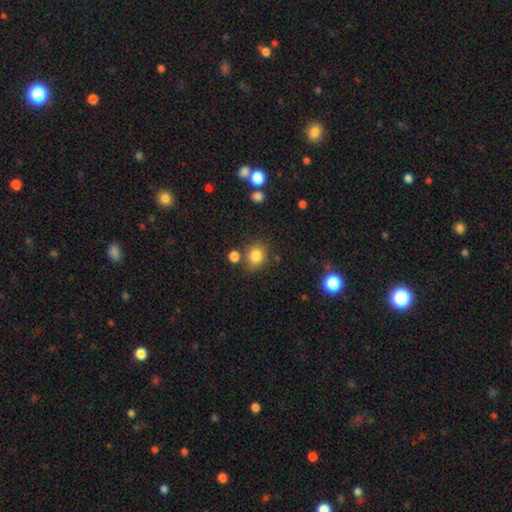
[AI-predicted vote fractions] A smooth galaxy with no disk features (83%) that is round (78%). Merging: none (74%).